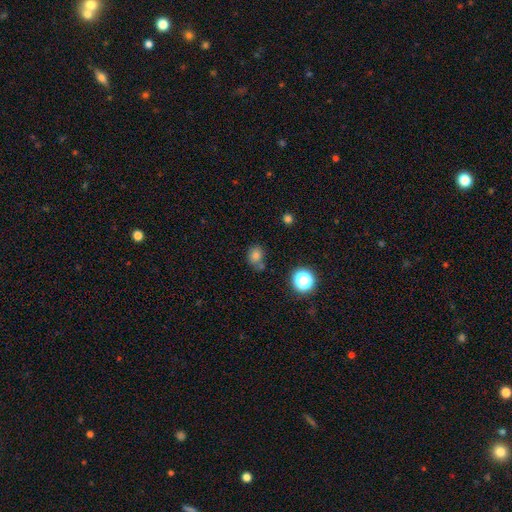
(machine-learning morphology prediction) A smooth galaxy with no disk features (76%) that is round (64%).

Vote fractions:
- Smooth or featured? smooth: 76% / star or artifact: 16% / featured or disk: 7%
- How rounded? round: 64% / in between: 35% / cigar-shaped: 1%
- Merging? none: 60% / minor disturbance: 18% / merger: 17% / major disturbance: 5%